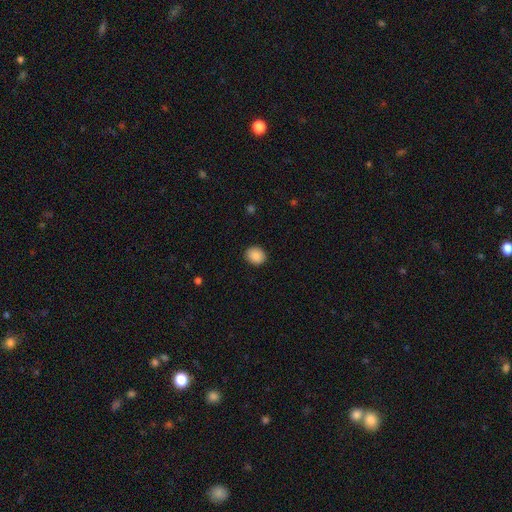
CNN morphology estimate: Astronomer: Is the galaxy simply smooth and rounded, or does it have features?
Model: smooth — 89%.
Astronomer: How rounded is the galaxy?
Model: round — 61% (runner-up: in between, 38%).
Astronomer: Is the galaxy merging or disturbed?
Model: none — 90%.